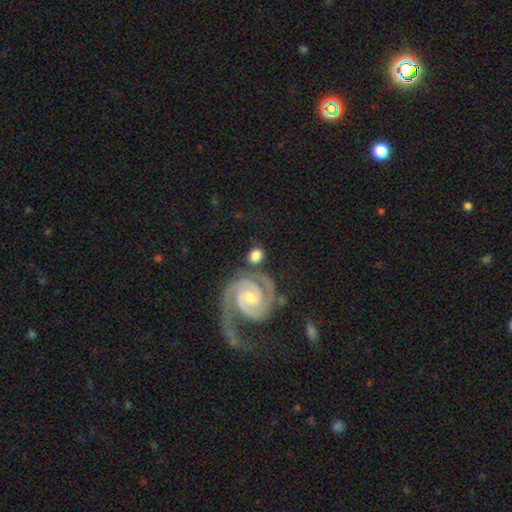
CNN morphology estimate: A smooth galaxy with no disk features (51%) that is round (61%).

Vote fractions:
- Smooth or featured? smooth: 51% / featured or disk: 42% / star or artifact: 8%
- How rounded? round: 61% / in between: 36% / cigar-shaped: 2%
- Merging? none: 70% / minor disturbance: 13% / merger: 12% / major disturbance: 5%